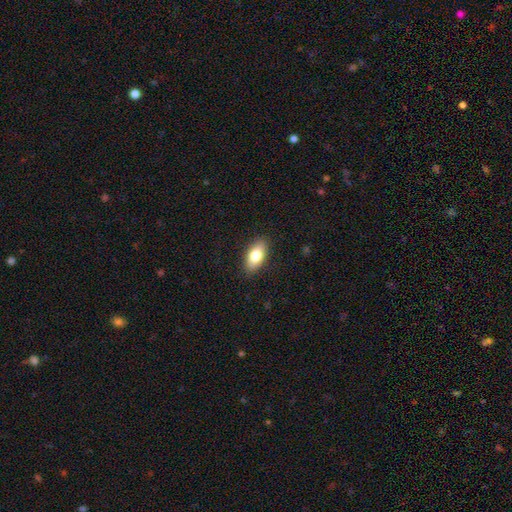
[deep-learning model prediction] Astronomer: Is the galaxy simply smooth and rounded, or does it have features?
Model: smooth — 80%.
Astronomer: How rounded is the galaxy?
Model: in between — 90%.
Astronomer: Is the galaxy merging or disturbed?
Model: none — 88%.